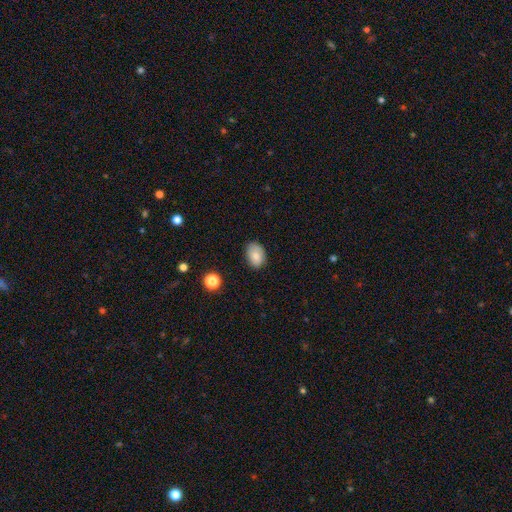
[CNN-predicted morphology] A smooth galaxy with no disk features (79%) that is in between round and cigar-shaped (80%).

Vote fractions:
- Smooth or featured? smooth: 79% / featured or disk: 12% / star or artifact: 9%
- How rounded? in between: 80% / round: 19% / cigar-shaped: 1%
- Merging? none: 81% / minor disturbance: 15% / major disturbance: 3% / merger: 1%